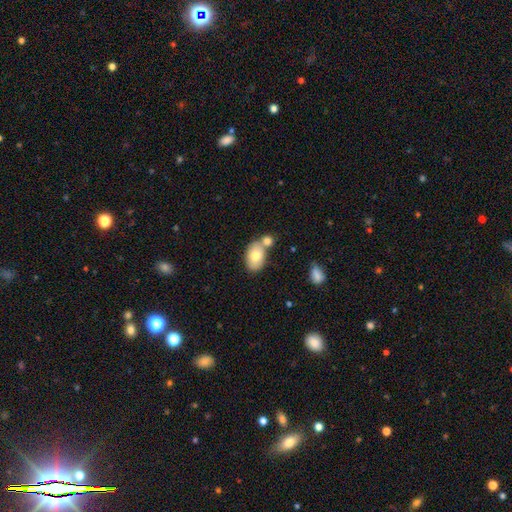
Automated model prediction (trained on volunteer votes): smooth 74%, featured or disk 19%, star or artifact 7%. Down the decision tree: how rounded — in between (87%); merging — none (48%).